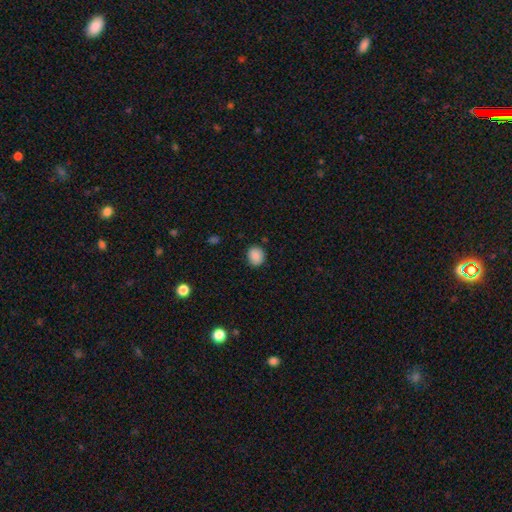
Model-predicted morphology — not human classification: Smooth or featured: smooth — 88% (star or artifact — 9%)
How rounded: round — 78% (in between — 21%)
Merging: none — 86% (minor disturbance — 10%)